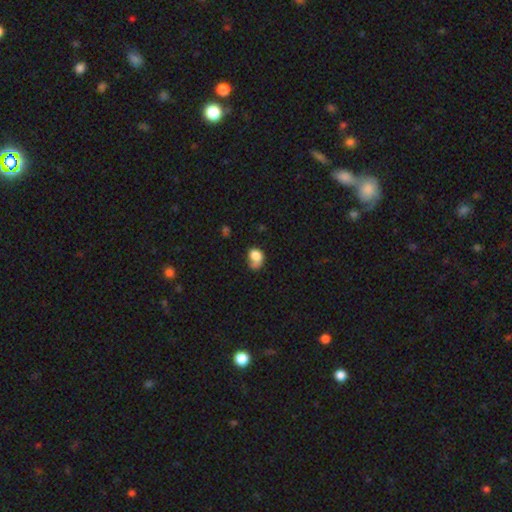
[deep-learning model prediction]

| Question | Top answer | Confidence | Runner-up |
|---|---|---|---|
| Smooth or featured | smooth | 75% | featured or disk (16%) |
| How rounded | in between | 58% | round (41%) |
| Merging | none | 32% | minor disturbance (31%) |